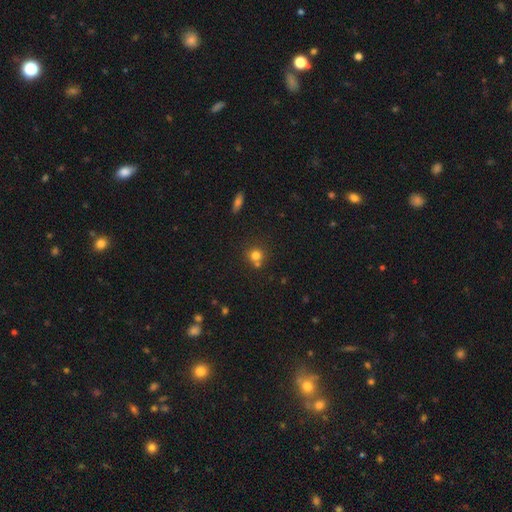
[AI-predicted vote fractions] Smooth or featured? smooth (76%)
How rounded? round (88%)
Merging? none (58%)